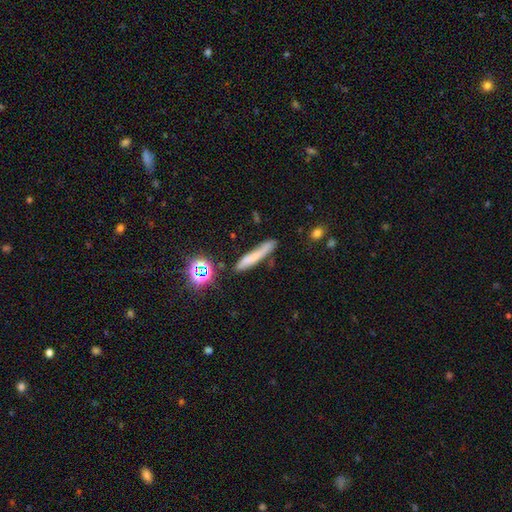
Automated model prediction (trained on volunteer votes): smooth 63%, featured or disk 23%, star or artifact 14%. Down the decision tree: how rounded — cigar-shaped (91%); merging — none (71%).